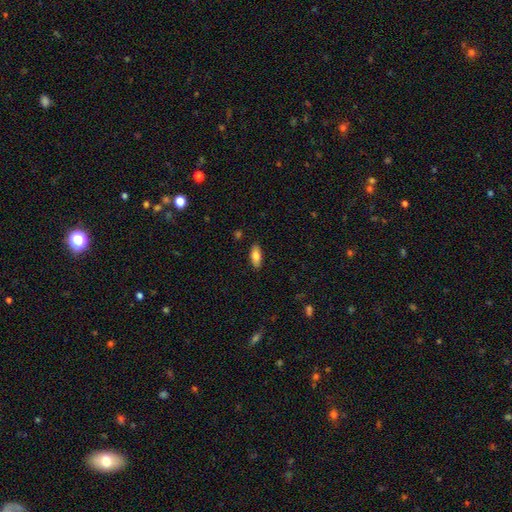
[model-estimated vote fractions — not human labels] Smooth or featured: smooth — 80% (featured or disk — 13%)
How rounded: in between — 82% (cigar-shaped — 16%)
Merging: none — 87% (minor disturbance — 9%)